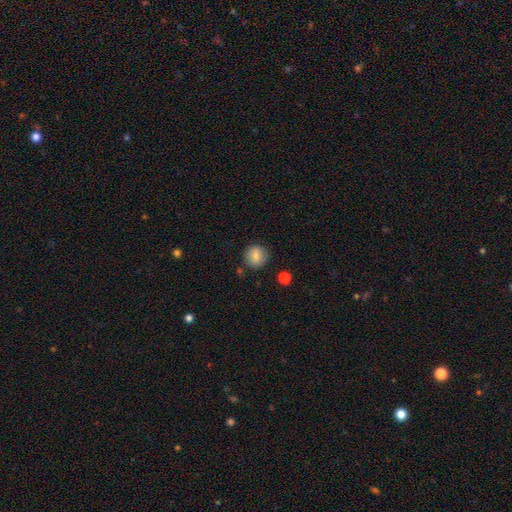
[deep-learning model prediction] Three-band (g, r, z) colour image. It shows a smooth galaxy with no disk features (84%) that is round (92%). Merging: none (86%).